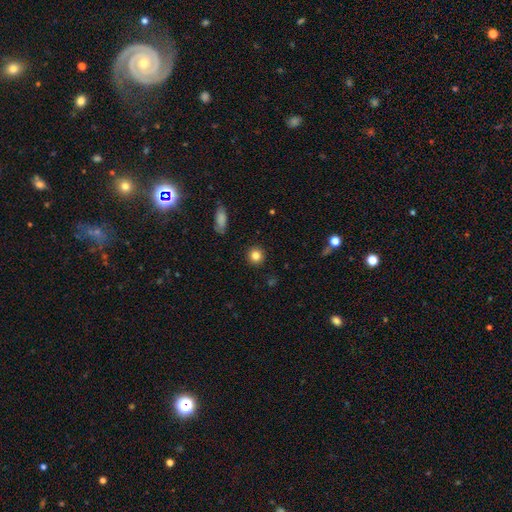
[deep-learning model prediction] smooth_or_featured: smooth (p=0.84) [alt: star or artifact p=0.11]
how_rounded: round (p=0.92) [alt: in between p=0.07]
merging: none (p=0.91) [alt: minor disturbance p=0.06]